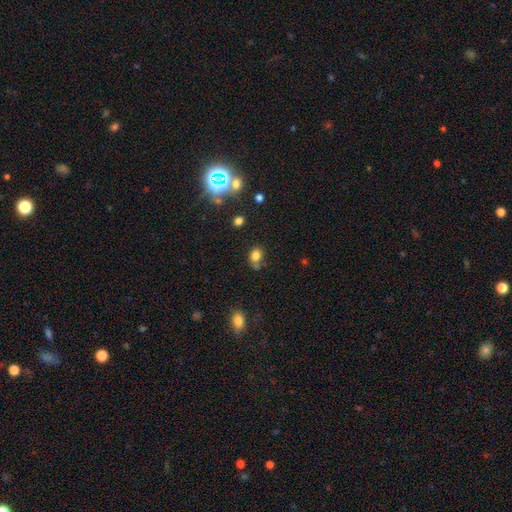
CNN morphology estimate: This is likely a smooth galaxy (79%). How rounded: possibly round (53%). Merging: possibly none (57%).